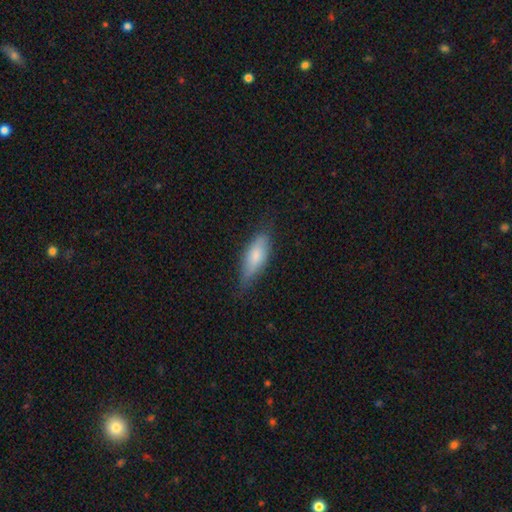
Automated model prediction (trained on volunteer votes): A smooth galaxy with no disk features (74%) that is in between round and cigar-shaped (63%).

Vote fractions:
- Smooth or featured? smooth: 74% / featured or disk: 20% / star or artifact: 6%
- How rounded? in between: 63% / cigar-shaped: 34% / round: 2%
- Merging? none: 71% / minor disturbance: 23% / major disturbance: 4% / merger: 1%